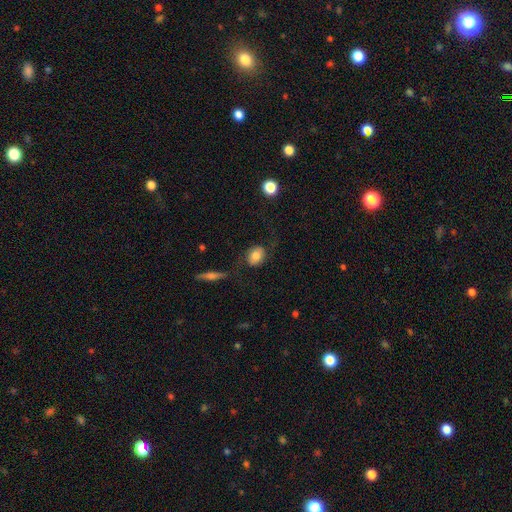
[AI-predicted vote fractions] Morphology: type=smooth (72%); roundness=in between (54%); merging=none (70%).